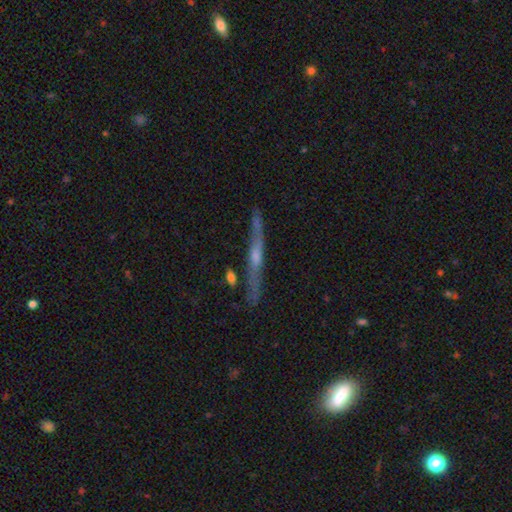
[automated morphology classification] Overall: featured or disk (70%). Edge-on disk: yes (94%). Edge-on bulge: rounded (63%; none 28%). Merging: none (82%).